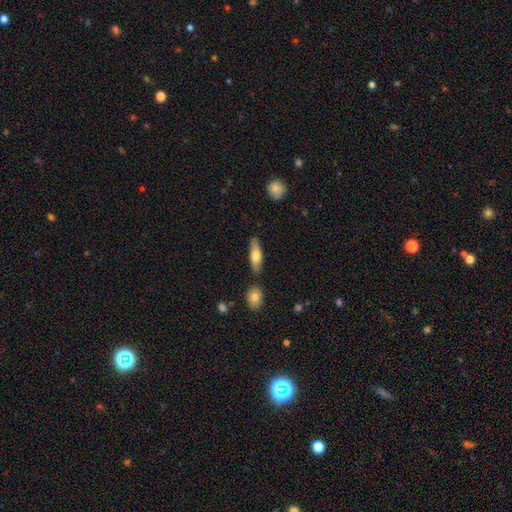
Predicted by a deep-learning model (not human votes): A smooth galaxy with no disk features (65%) that is cigar-shaped (50%). Merging: none (79%).